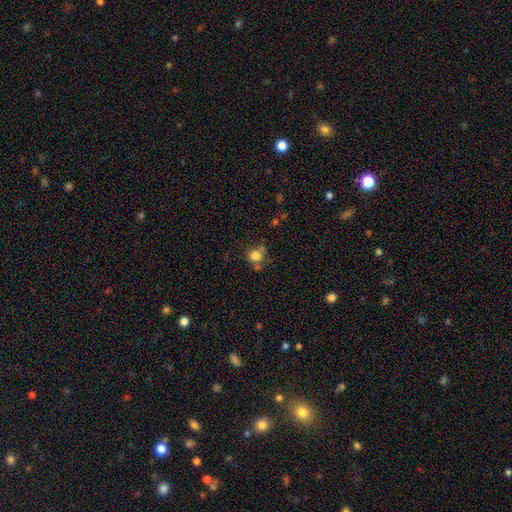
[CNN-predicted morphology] type=smooth (78%); roundness=round (85%); merging=none (60%).